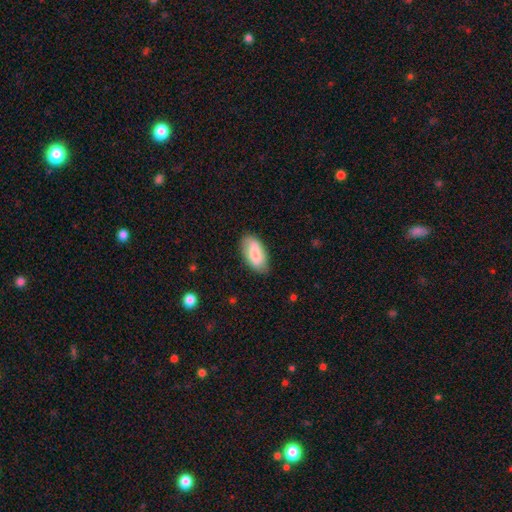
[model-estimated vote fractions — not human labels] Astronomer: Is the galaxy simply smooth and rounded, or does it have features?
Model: smooth — 73%.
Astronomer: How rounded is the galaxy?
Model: in between — 94%.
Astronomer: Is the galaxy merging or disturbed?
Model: none — 74%.